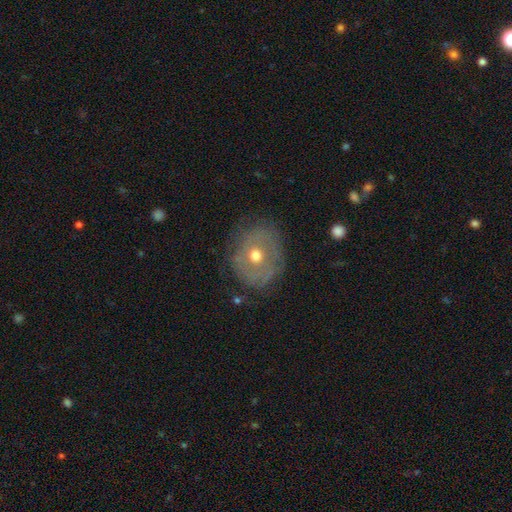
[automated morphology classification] This is possibly a featured or disk galaxy (54%). It is clearly not viewed edge-on (95%). Bar: clearly no (86%). Spiral arm pattern: likely no (66%). Central bulge: likely moderate (78%). Merging: likely none (70%).